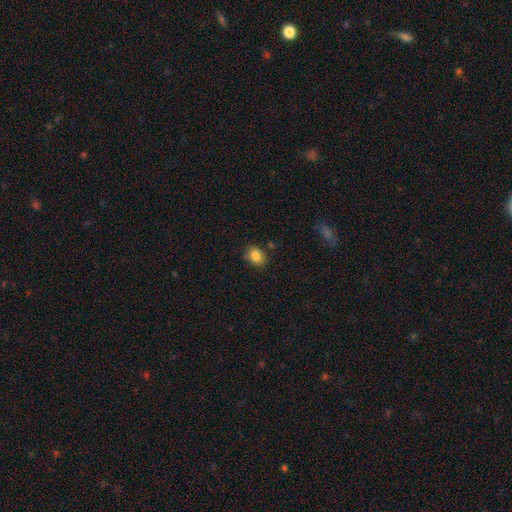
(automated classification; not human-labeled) A smooth galaxy with no disk features (84%) that is in between round and cigar-shaped (54%).

Vote fractions:
- Smooth or featured? smooth: 84% / star or artifact: 10% / featured or disk: 6%
- How rounded? in between: 54% / round: 45% / cigar-shaped: 1%
- Merging? none: 79% / minor disturbance: 14% / merger: 3% / major disturbance: 3%